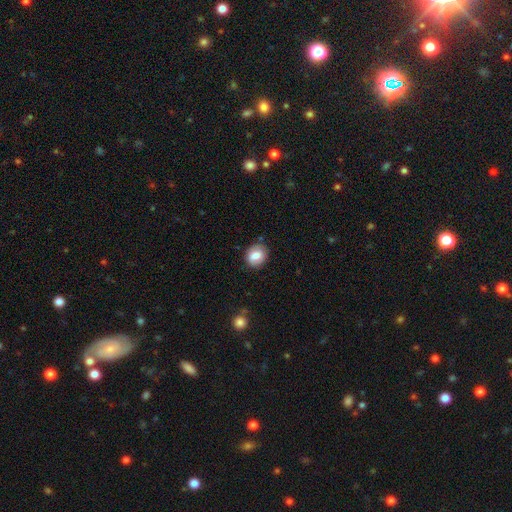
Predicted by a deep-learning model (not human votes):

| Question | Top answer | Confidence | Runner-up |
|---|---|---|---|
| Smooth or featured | smooth | 79% | featured or disk (13%) |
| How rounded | round | 65% | in between (34%) |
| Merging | none | 83% | minor disturbance (12%) |